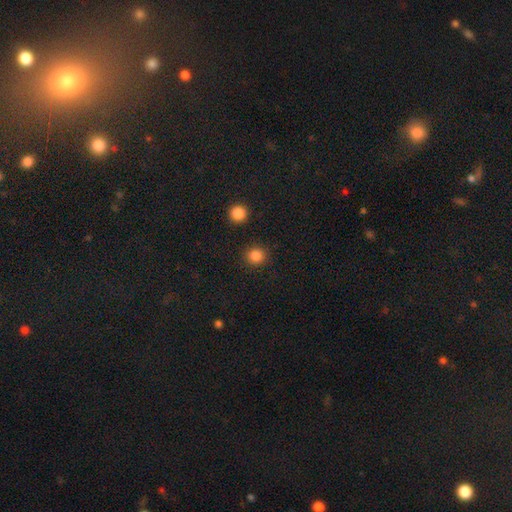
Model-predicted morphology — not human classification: Overall: smooth (85%). How rounded: round (90%). Merging: none (90%).